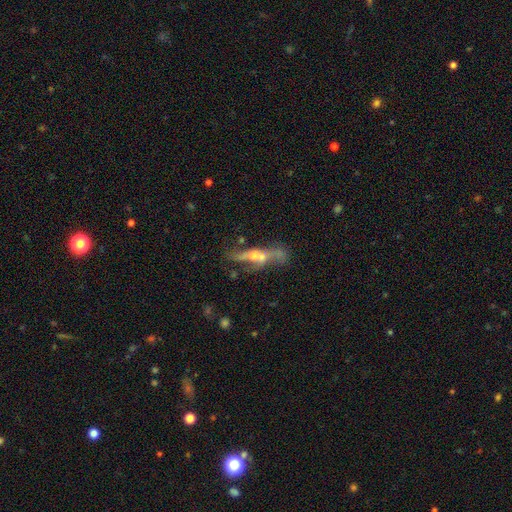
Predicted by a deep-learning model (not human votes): A featured or disk galaxy (64%) viewed edge-on (68%).

Vote fractions:
- Smooth or featured? featured or disk: 64% / smooth: 23% / star or artifact: 13%
- Edge-on disk? yes: 68% / no: 32%
- Merging? none: 54% / minor disturbance: 20% / major disturbance: 15% / merger: 11%